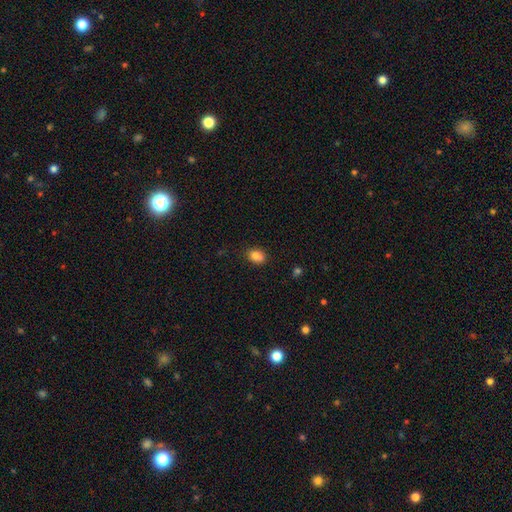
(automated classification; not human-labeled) Smooth or featured? smooth (77%)
How rounded? round (51%)
Merging? none (50%)